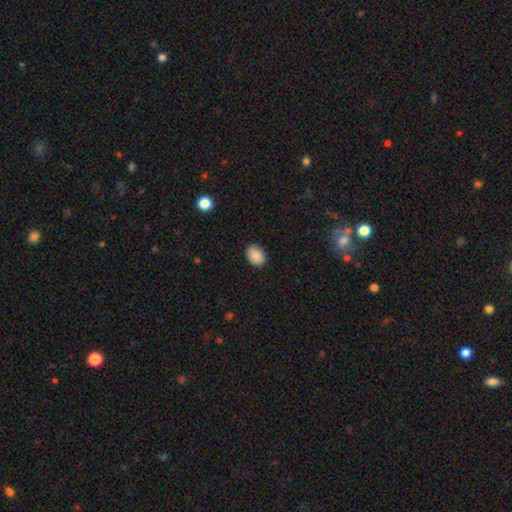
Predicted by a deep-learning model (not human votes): smooth-or-featured: smooth: 90% | star or artifact: 8% | featured or disk: 3%
  how-rounded: in between: 80% | round: 19% | cigar-shaped: 1%
  merging: none: 89% | minor disturbance: 8% | major disturbance: 2% | merger: 1%